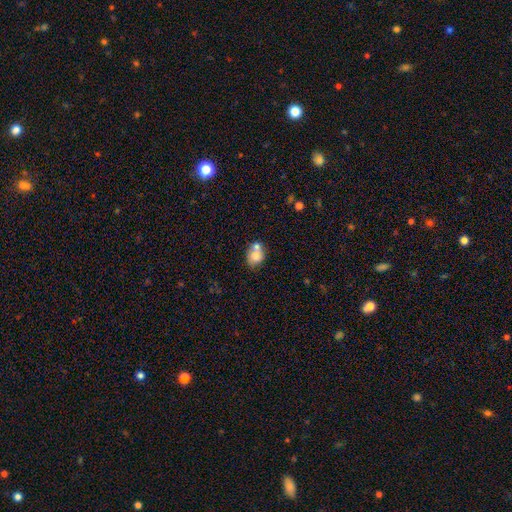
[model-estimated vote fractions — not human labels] Smooth or featured: smooth — 74% (featured or disk — 17%)
How rounded: in between — 57% (round — 42%)
Merging: none — 41% (merger — 38%)